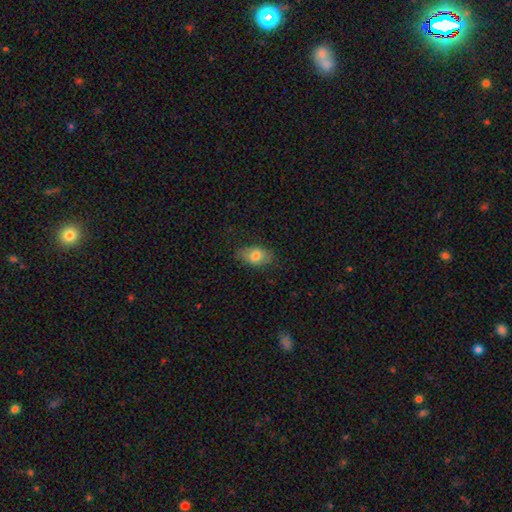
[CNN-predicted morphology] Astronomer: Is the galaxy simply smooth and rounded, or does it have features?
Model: smooth — 78%.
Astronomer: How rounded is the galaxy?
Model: in between — 89%.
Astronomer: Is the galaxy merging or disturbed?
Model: none — 75%.